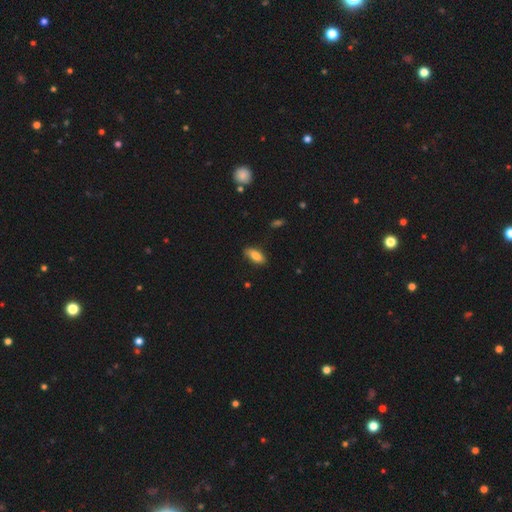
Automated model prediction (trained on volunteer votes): smooth_or_featured: smooth (p=0.82) [alt: featured or disk p=0.11]
how_rounded: in between (p=0.82) [alt: cigar-shaped p=0.15]
merging: none (p=0.77) [alt: minor disturbance p=0.18]